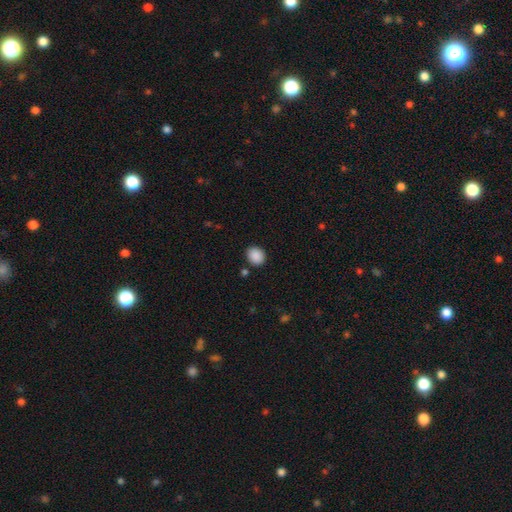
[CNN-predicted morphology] Smooth or featured: smooth — 89% (star or artifact — 8%)
How rounded: round — 64% (in between — 35%)
Merging: none — 86% (minor disturbance — 8%)